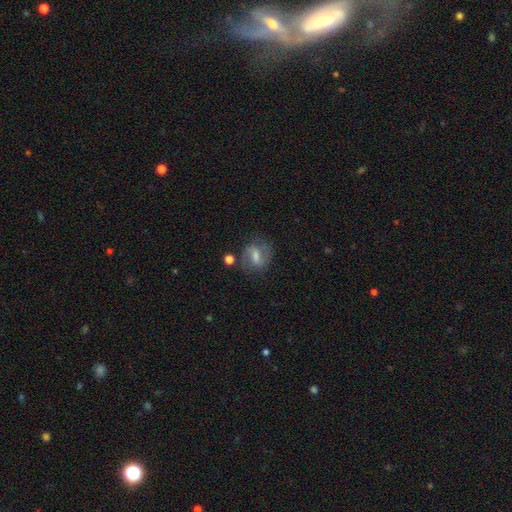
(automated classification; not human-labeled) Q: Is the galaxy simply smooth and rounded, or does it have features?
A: featured or disk — 49%.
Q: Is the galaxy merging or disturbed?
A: none — 68%.